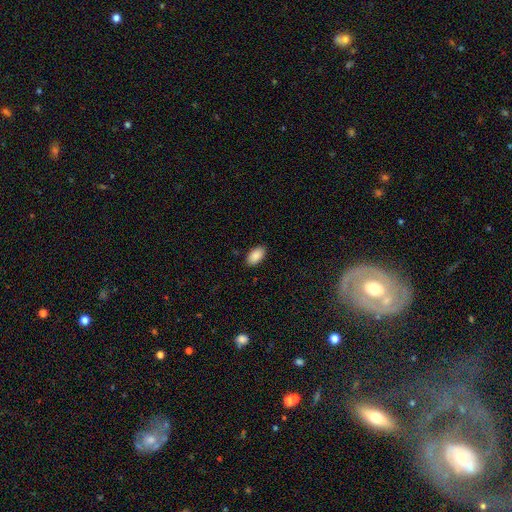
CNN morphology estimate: The model was most divided on "merging": none: 89%, minor disturbance: 9%, major disturbance: 2%, merger: 1%. More confident: how rounded — in between (95%); smooth or featured — smooth (90%).